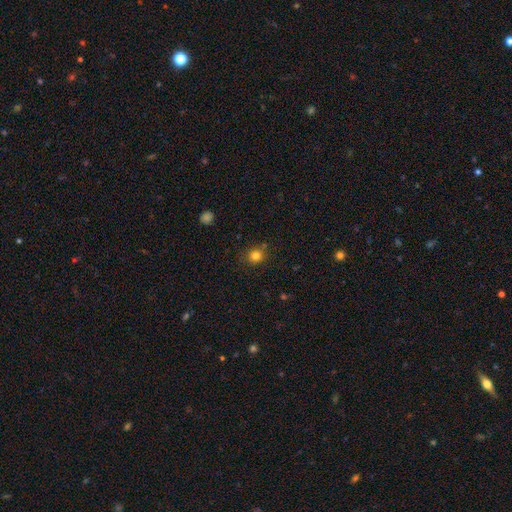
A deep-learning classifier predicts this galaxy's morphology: A smooth galaxy with no disk features (80%) that is round (84%). Merging: none (81%).